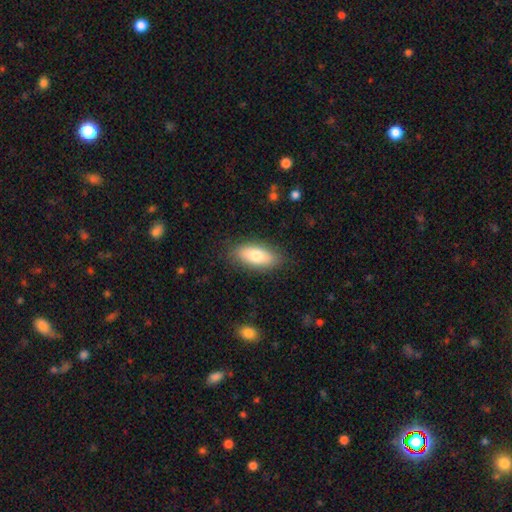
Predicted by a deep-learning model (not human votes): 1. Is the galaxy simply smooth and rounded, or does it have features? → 74% smooth, 19% featured or disk, 7% star or artifact.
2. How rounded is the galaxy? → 84% in between, 13% cigar-shaped, 3% round.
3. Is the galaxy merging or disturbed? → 85% none, 11% minor disturbance, 3% major disturbance, 1% merger.